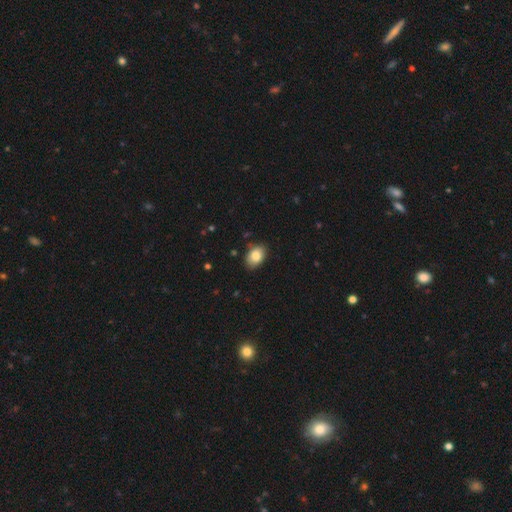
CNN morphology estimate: This is clearly a smooth galaxy (85%). How rounded: clearly in between (85%). Merging: clearly none (81%).